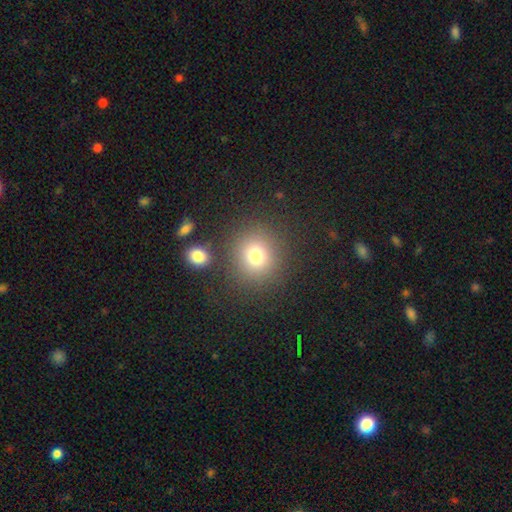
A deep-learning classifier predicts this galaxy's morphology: Smooth or featured: smooth — 76% (star or artifact — 15%)
How rounded: round — 87% (in between — 12%)
Merging: none — 81% (minor disturbance — 8%)